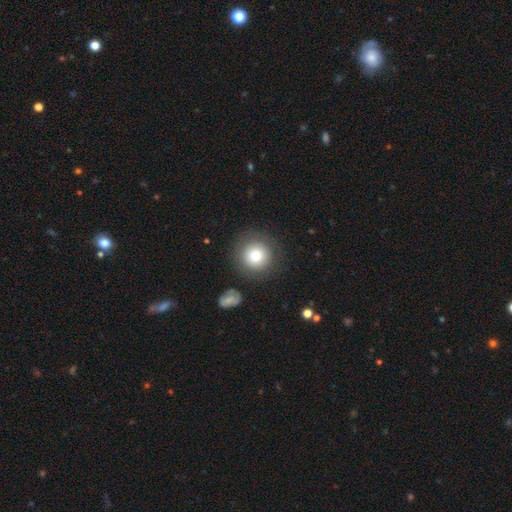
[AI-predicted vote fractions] This is likely a smooth galaxy (76%). How rounded: clearly round (95%). Merging: clearly none (84%).